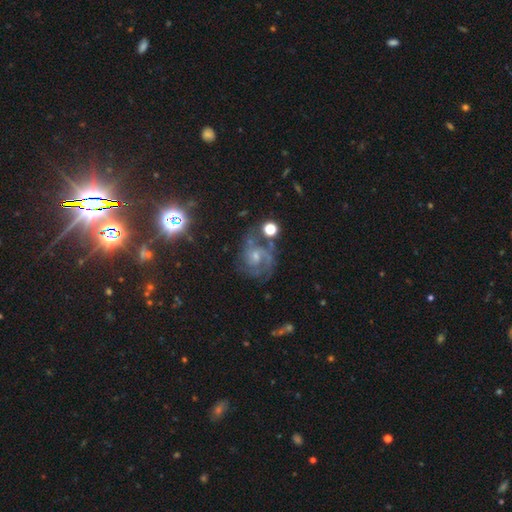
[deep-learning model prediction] A featured or disk galaxy (74%) with no bar (58%), 2 (43%) medium (47%) spiral arms (94%) and a small central bulge (55%). Merging: none (61%).